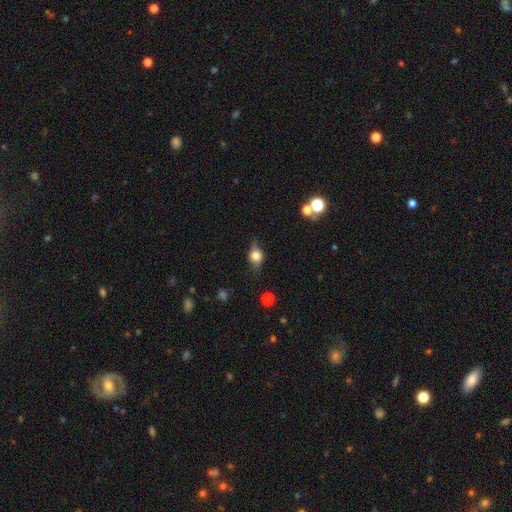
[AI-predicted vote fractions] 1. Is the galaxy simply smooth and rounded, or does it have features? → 51% smooth, 38% featured or disk, 11% star or artifact.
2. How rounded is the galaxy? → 48% in between, 46% round, 6% cigar-shaped.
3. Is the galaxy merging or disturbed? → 70% none, 21% minor disturbance, 7% major disturbance, 2% merger.